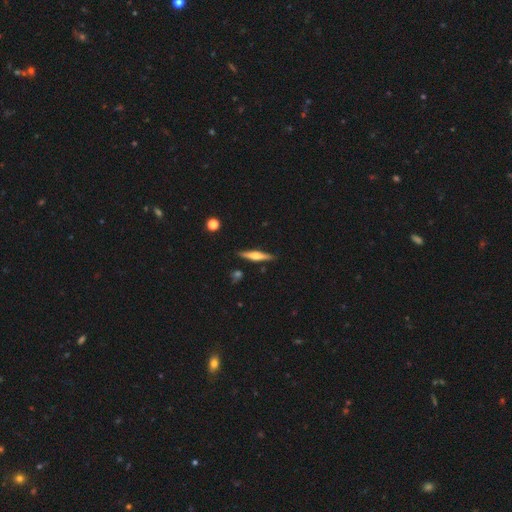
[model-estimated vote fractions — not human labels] Q: Smooth or featured?
A: featured or disk (56%); runner-up: smooth (38%)
Q: Edge-on disk?
A: yes (96%); runner-up: no (4%)
Q: Edge-on bulge?
A: rounded (84%); runner-up: boxy (9%)
Q: Merging?
A: none (87%); runner-up: minor disturbance (9%)